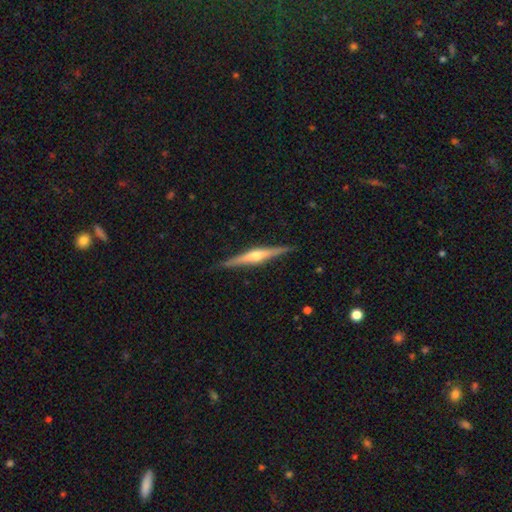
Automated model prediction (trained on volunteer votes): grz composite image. It shows a featured or disk galaxy (77%) viewed edge-on (98%) with a rounded central bulge (90%). Merging: none (89%).